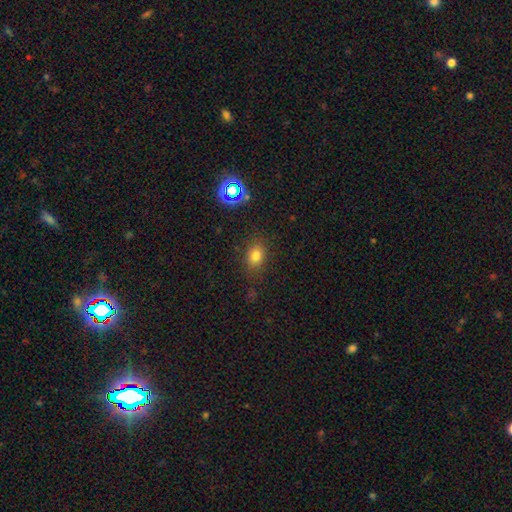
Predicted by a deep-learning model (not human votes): A smooth galaxy with no disk features (76%) that is in between round and cigar-shaped (59%).

Vote fractions:
- Smooth or featured? smooth: 76% / star or artifact: 16% / featured or disk: 8%
- How rounded? in between: 59% / round: 39% / cigar-shaped: 1%
- Merging? none: 81% / minor disturbance: 13% / major disturbance: 5% / merger: 2%